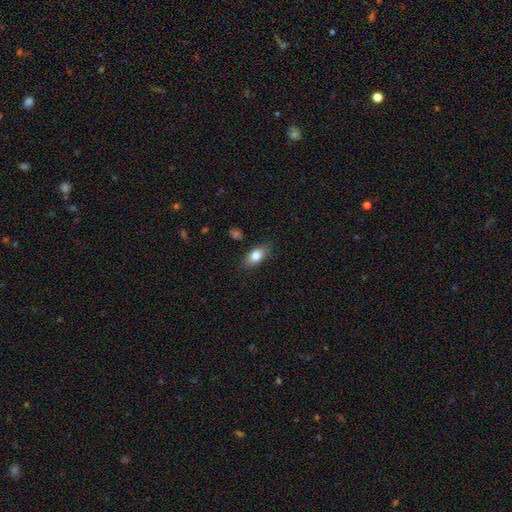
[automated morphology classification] Smooth or featured? Predicted: smooth (p=0.79). How rounded? Predicted: in between (p=0.82). Merging? Predicted: none (p=0.80).